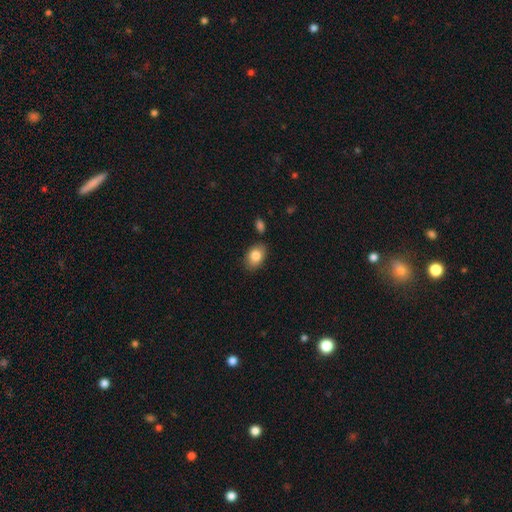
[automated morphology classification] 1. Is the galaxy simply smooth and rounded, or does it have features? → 83% smooth, 9% featured or disk, 8% star or artifact.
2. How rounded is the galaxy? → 83% in between, 16% round, 1% cigar-shaped.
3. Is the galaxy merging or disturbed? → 81% none, 12% minor disturbance, 4% merger, 3% major disturbance.